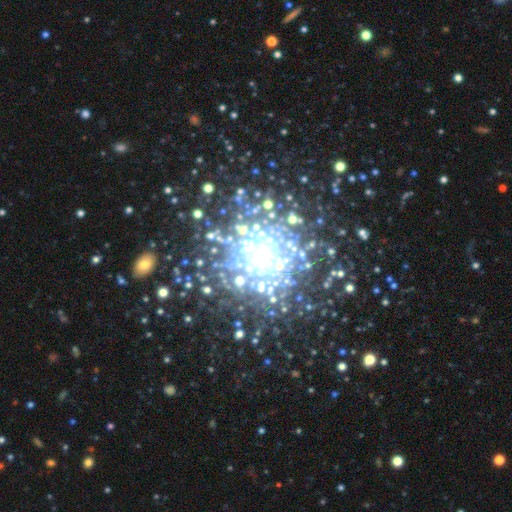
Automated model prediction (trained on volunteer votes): Overall: featured or disk (47%; star or artifact 37%). Merging: none (63%).